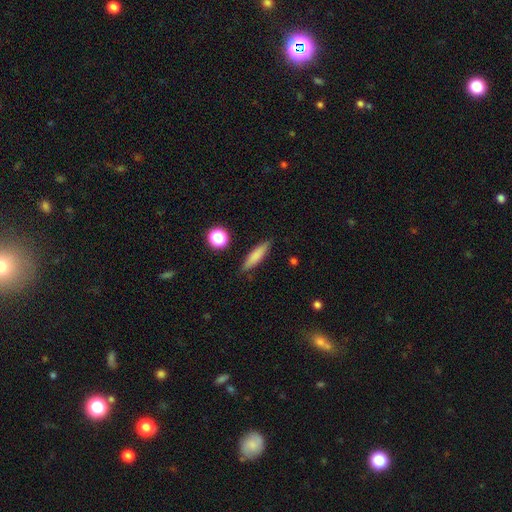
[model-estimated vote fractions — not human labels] Smooth or featured: smooth — 74% (featured or disk — 18%)
How rounded: cigar-shaped — 74% (in between — 23%)
Merging: none — 85% (minor disturbance — 11%)